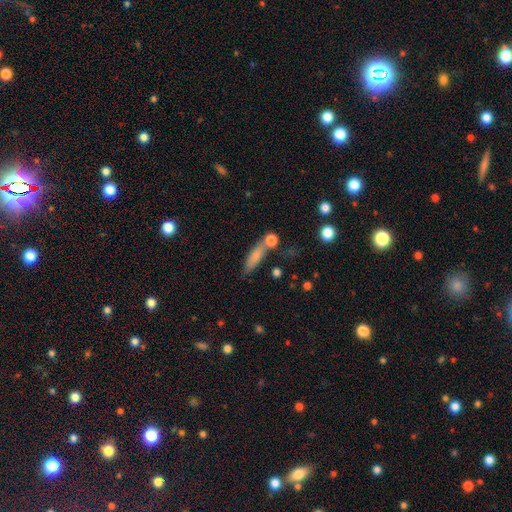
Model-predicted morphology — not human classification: smooth-or-featured: smooth: 75% | featured or disk: 17% | star or artifact: 8%
  how-rounded: cigar-shaped: 66% | in between: 30% | round: 4%
  merging: none: 60% | merger: 19% | minor disturbance: 15% | major disturbance: 6%